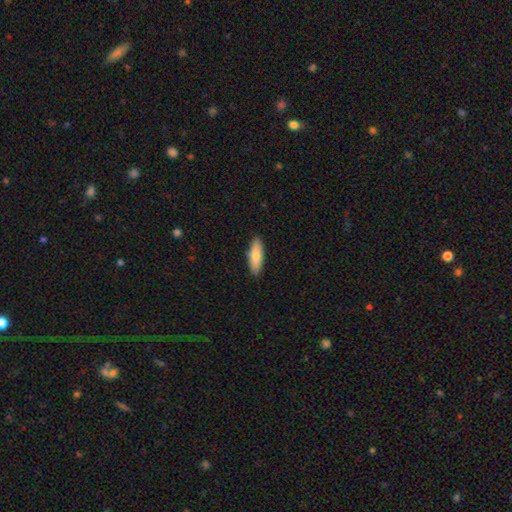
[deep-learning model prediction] smooth_or_featured: smooth (p=0.76) [alt: featured or disk p=0.18]
how_rounded: in between (p=0.60) [alt: cigar-shaped p=0.38]
merging: none (p=0.88) [alt: minor disturbance p=0.09]